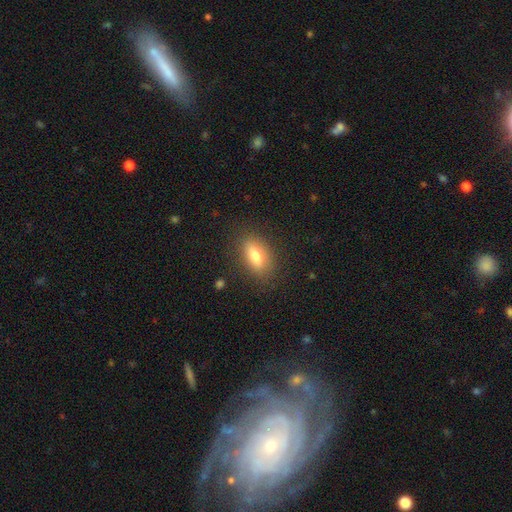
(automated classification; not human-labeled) Q: Smooth or featured?
A: smooth (74%); runner-up: featured or disk (18%)
Q: How rounded?
A: in between (81%); runner-up: cigar-shaped (12%)
Q: Merging?
A: none (85%); runner-up: minor disturbance (11%)